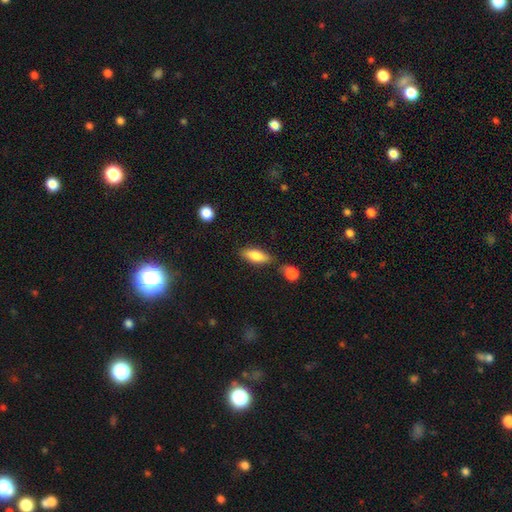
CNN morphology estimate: Overall: smooth (78%). How rounded: in between (69%). Merging: none (68%).